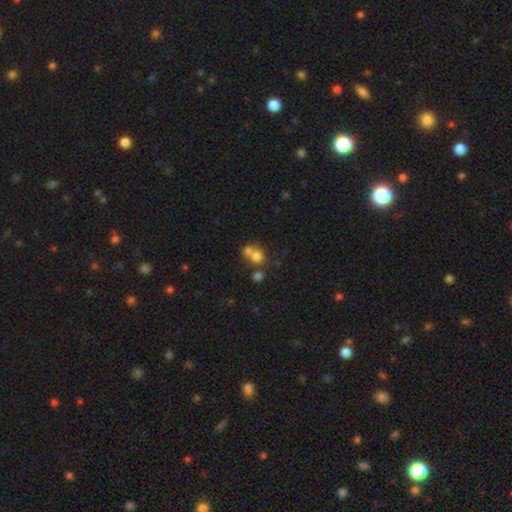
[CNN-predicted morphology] Smooth or featured? Predicted: smooth (p=0.71). How rounded? Predicted: round (p=0.82). Merging? Predicted: merger (p=0.52).